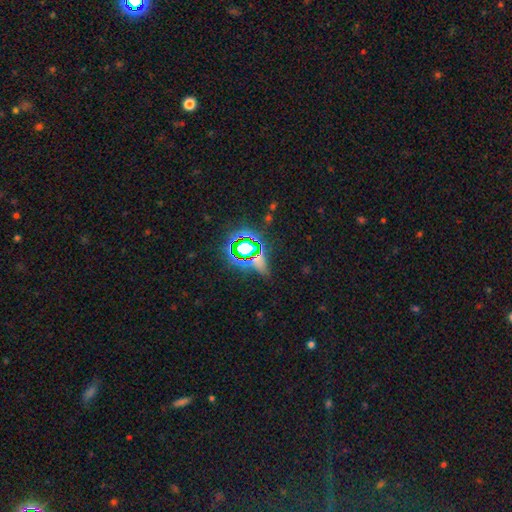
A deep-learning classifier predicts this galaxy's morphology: Smooth or featured?
  - star or artifact: 64% *
  - smooth: 24%
  - featured or disk: 11%